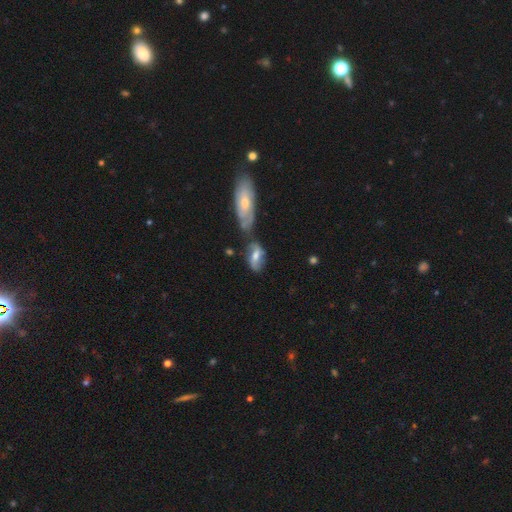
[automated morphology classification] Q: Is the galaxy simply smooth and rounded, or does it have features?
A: featured or disk — 52%.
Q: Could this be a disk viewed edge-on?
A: no — 88%.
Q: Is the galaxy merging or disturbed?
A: none — 40%.